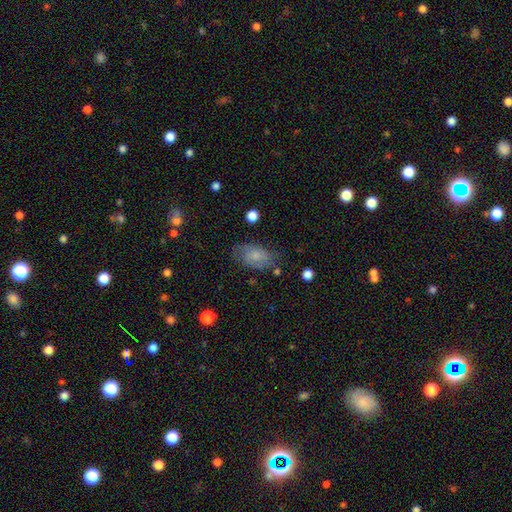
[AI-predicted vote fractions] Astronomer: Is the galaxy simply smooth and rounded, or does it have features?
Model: smooth — 60%.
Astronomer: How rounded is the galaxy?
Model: in between — 89%.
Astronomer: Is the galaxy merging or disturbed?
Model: none — 64%.